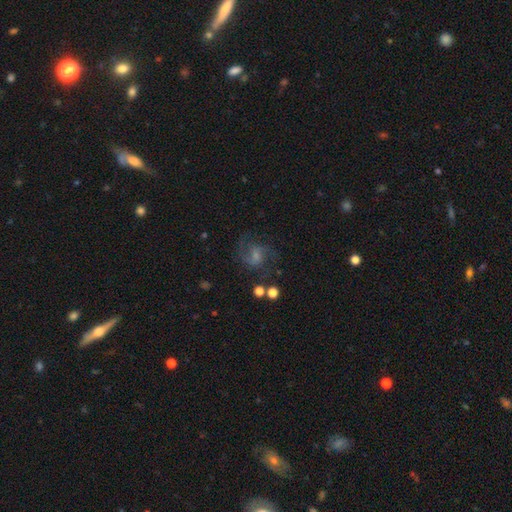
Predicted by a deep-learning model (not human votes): Smooth or featured: featured or disk — 67% (star or artifact — 17%)
Edge-on disk: no — 97% (yes — 3%)
Bar: weak — 46% (no — 45%)
Spiral arms: yes — 92% (no — 8%)
Spiral winding: medium — 53% (loose — 28%)
Spiral arm count: 2 — 75% (can't tell — 12%)
Bulge size: small — 49% (moderate — 32%)
Merging: none — 69% (minor disturbance — 15%)